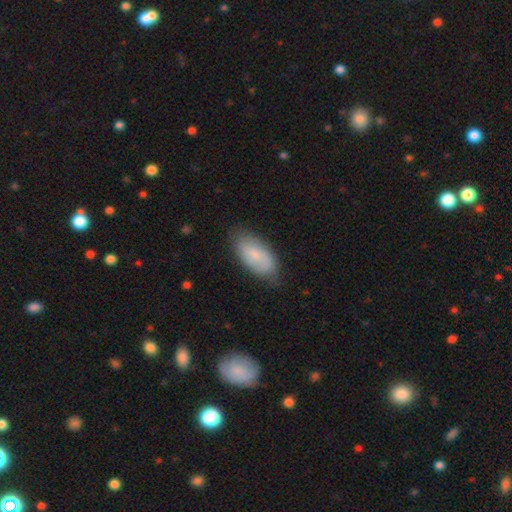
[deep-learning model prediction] This appears to be a smooth galaxy with no disk features (70%) that is in between round and cigar-shaped (93%). Merging: none (76%).